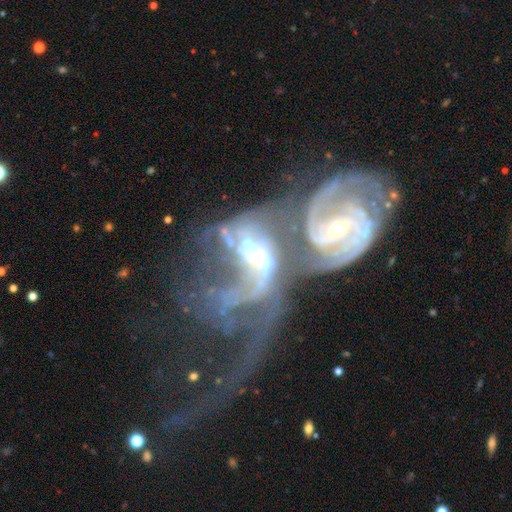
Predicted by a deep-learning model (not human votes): Q: Smooth or featured?
A: featured or disk (84%); runner-up: star or artifact (9%)
Q: Edge-on disk?
A: no (97%); runner-up: yes (3%)
Q: Bar?
A: no (36%); tied with: weak (36%)
Q: Spiral arms?
A: yes (86%); runner-up: no (14%)
Q: Spiral winding?
A: loose (42%); runner-up: medium (38%)
Q: Spiral arm count?
A: 2 (44%); runner-up: can't tell (28%)
Q: Bulge size?
A: small (43%); runner-up: moderate (42%)
Q: Merging?
A: merger (75%); runner-up: major disturbance (16%)